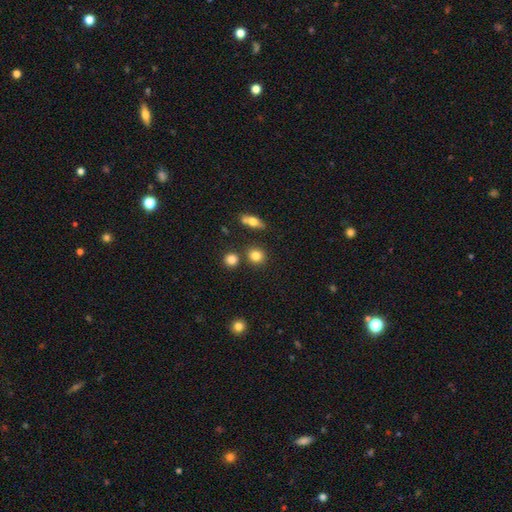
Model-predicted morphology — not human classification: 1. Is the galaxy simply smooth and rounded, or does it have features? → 81% smooth, 11% star or artifact, 8% featured or disk.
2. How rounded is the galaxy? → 85% round, 13% in between, 1% cigar-shaped.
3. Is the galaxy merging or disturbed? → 80% none, 9% merger, 8% minor disturbance, 3% major disturbance.